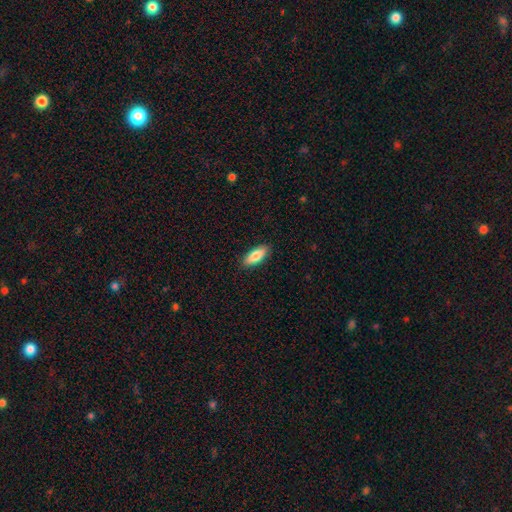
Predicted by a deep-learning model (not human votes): Smooth or featured: smooth — 83% (featured or disk — 11%)
How rounded: in between — 75% (cigar-shaped — 23%)
Merging: none — 89% (minor disturbance — 9%)